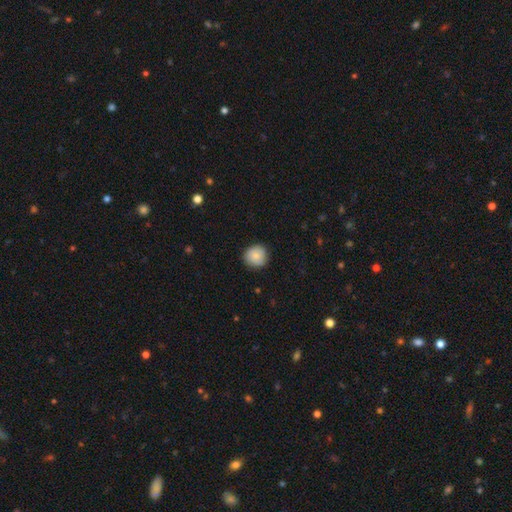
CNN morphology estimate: Smooth or featured: smooth — 83% (featured or disk — 10%)
How rounded: round — 92% (in between — 7%)
Merging: none — 87% (minor disturbance — 10%)